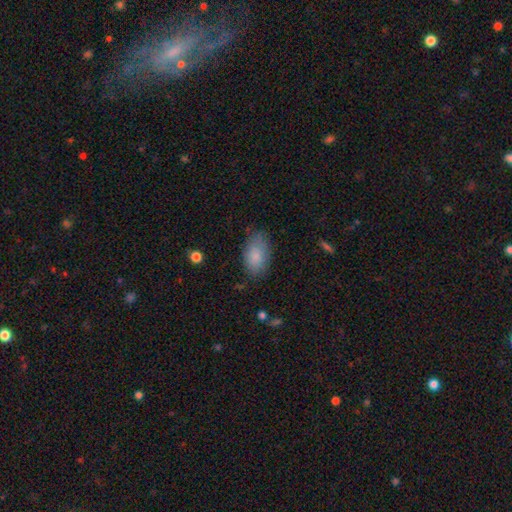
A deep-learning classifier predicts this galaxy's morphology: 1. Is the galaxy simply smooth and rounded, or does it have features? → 85% smooth, 8% featured or disk, 7% star or artifact.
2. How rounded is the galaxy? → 92% in between, 6% round, 2% cigar-shaped.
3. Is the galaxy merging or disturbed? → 75% none, 18% minor disturbance, 5% major disturbance, 1% merger.